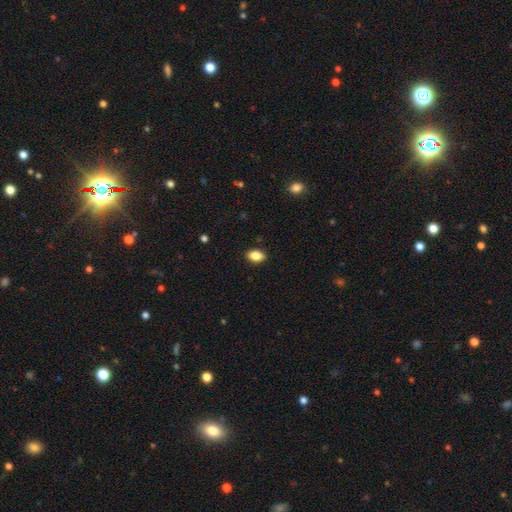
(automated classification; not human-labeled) Smooth or featured: smooth — 86% (star or artifact — 8%)
How rounded: in between — 88% (round — 10%)
Merging: none — 89% (minor disturbance — 8%)